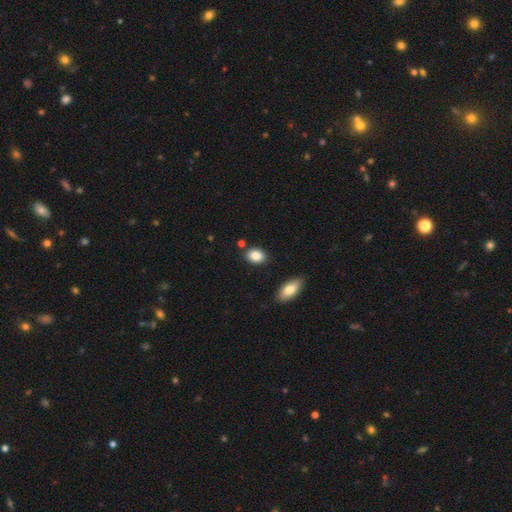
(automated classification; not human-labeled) A smooth galaxy with no disk features (86%) that is in between round and cigar-shaped (75%).

Vote fractions:
- Smooth or featured? smooth: 86% / star or artifact: 8% / featured or disk: 6%
- How rounded? in between: 75% / round: 24% / cigar-shaped: 1%
- Merging? none: 81% / minor disturbance: 10% / merger: 6% / major disturbance: 3%